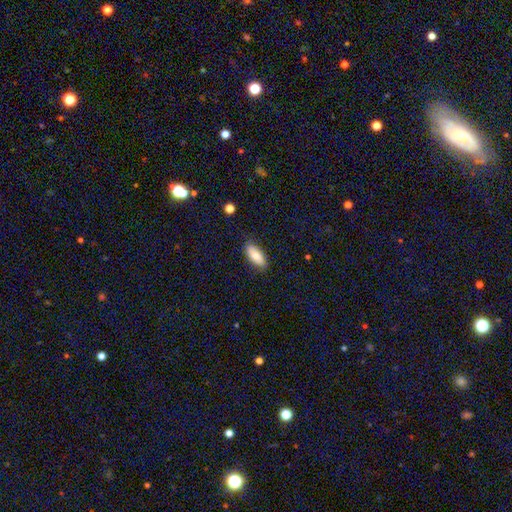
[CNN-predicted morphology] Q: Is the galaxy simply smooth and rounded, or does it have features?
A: smooth — 80%.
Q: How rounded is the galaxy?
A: in between — 82%.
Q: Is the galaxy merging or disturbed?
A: none — 83%.